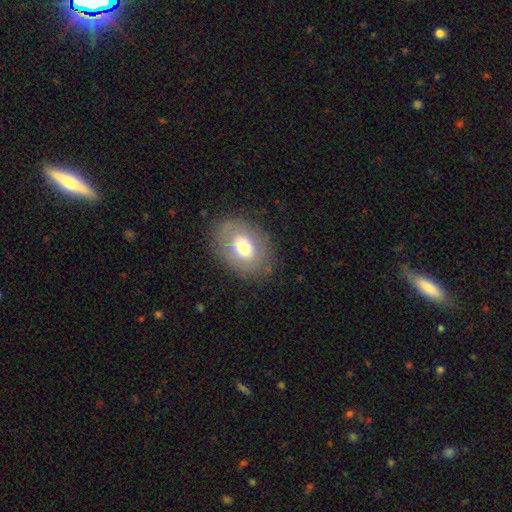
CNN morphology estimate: Smooth or featured: smooth — 60% (featured or disk — 30%)
How rounded: in between — 70% (round — 29%)
Merging: none — 82% (minor disturbance — 13%)